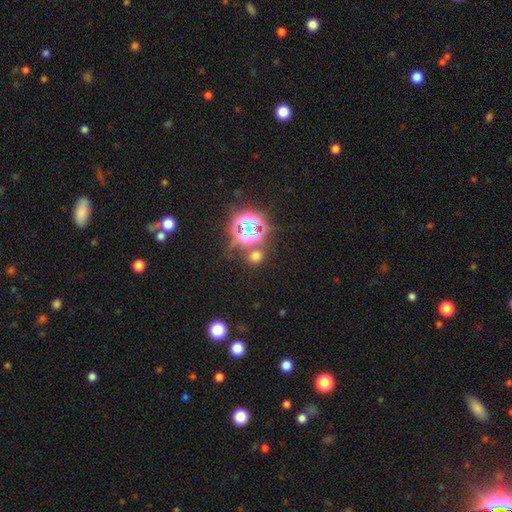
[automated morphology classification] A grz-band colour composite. It shows a smooth galaxy with no disk features (48%). Merging: none (76%).